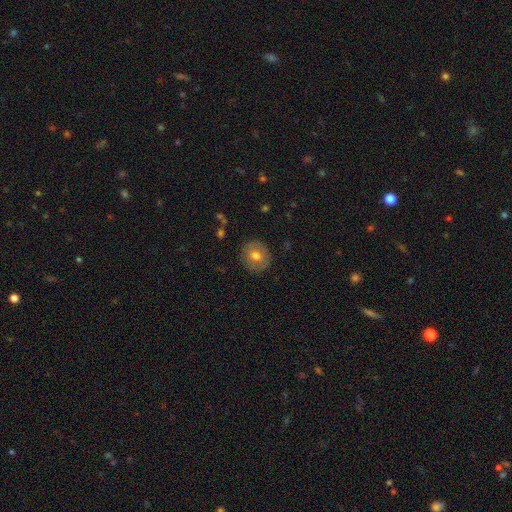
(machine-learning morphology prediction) smooth_or_featured: smooth (p=0.65) [alt: featured or disk p=0.27]
how_rounded: round (p=0.86) [alt: in between p=0.13]
merging: none (p=0.87) [alt: minor disturbance p=0.09]